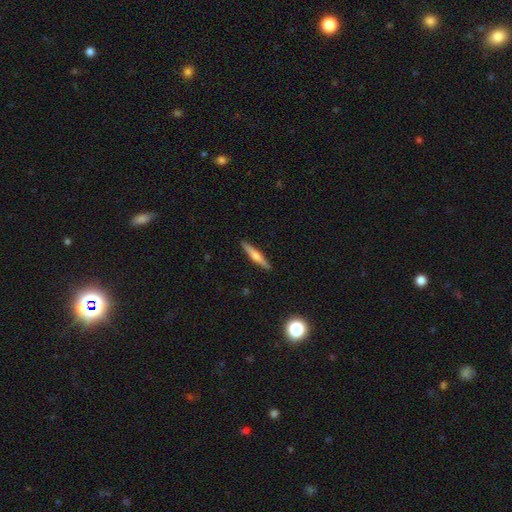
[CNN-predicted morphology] This appears to be a featured or disk galaxy (56%) viewed edge-on (97%) with a rounded central bulge (85%). Merging: none (91%).